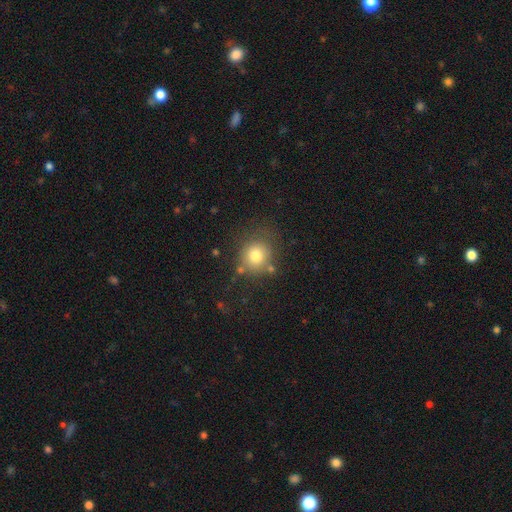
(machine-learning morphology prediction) Smooth or featured: smooth — 78% (star or artifact — 12%)
How rounded: round — 82% (in between — 17%)
Merging: none — 71% (minor disturbance — 16%)